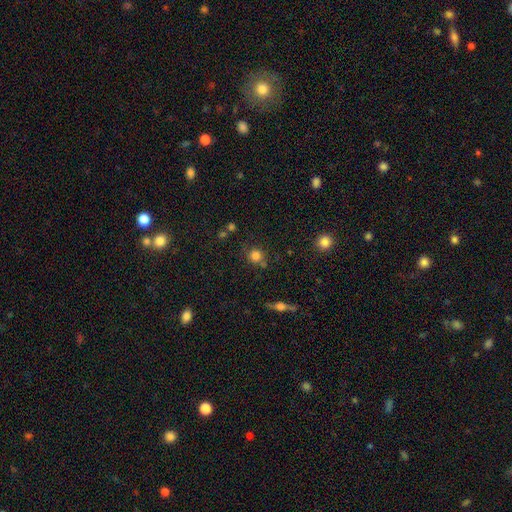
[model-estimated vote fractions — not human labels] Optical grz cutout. It shows a smooth galaxy with no disk features (80%) that is round (89%). Merging: none (72%).